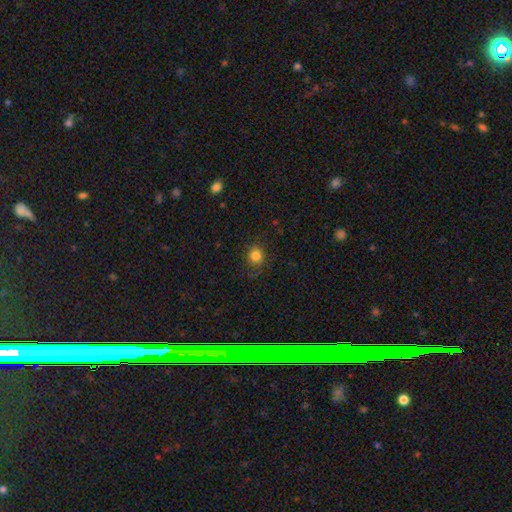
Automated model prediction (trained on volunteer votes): Q: Smooth or featured?
A: smooth (82%); runner-up: star or artifact (12%)
Q: How rounded?
A: round (86%); runner-up: in between (13%)
Q: Merging?
A: none (81%); runner-up: minor disturbance (13%)